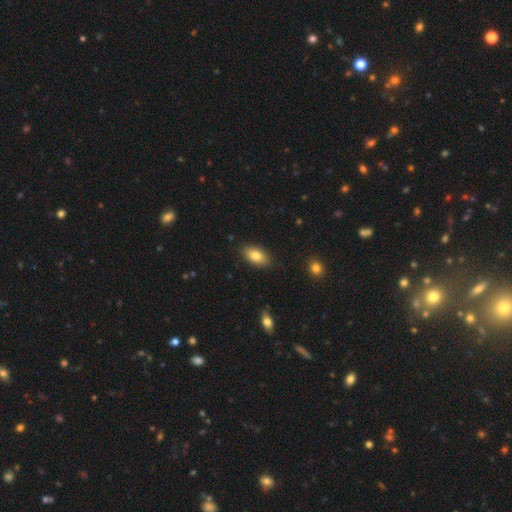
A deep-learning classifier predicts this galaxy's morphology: This appears to be a smooth galaxy with no disk features (79%) that is in between round and cigar-shaped (91%). Merging: none (87%).